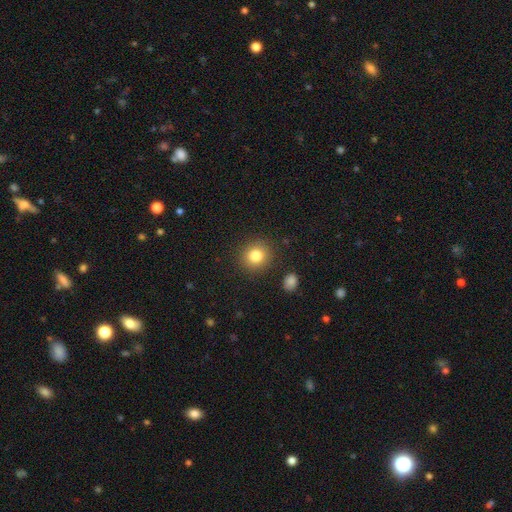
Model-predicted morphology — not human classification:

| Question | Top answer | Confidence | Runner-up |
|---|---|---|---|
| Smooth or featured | smooth | 82% | star or artifact (11%) |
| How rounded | round | 87% | in between (12%) |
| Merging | none | 88% | minor disturbance (7%) |